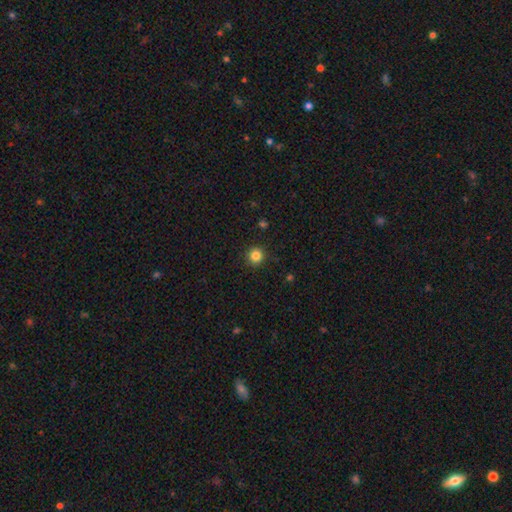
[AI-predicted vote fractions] A smooth galaxy with no disk features (84%) that is round (95%). Merging: none (91%).